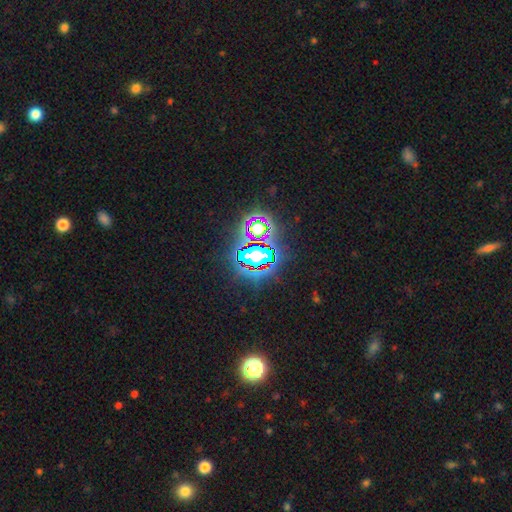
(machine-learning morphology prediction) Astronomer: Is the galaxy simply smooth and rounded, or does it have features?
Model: star or artifact — 72%.